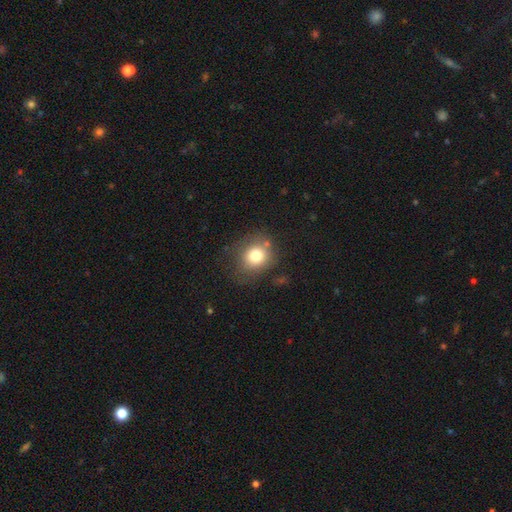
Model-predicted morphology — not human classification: This is likely a smooth galaxy (76%). How rounded: likely round (73%). Merging: likely none (70%).